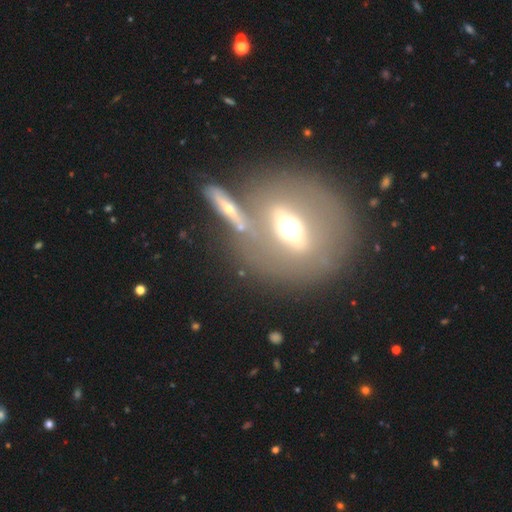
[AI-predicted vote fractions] Smooth or featured? featured or disk (56%)
Edge-on disk? no (62%)
Merging? none (62%)